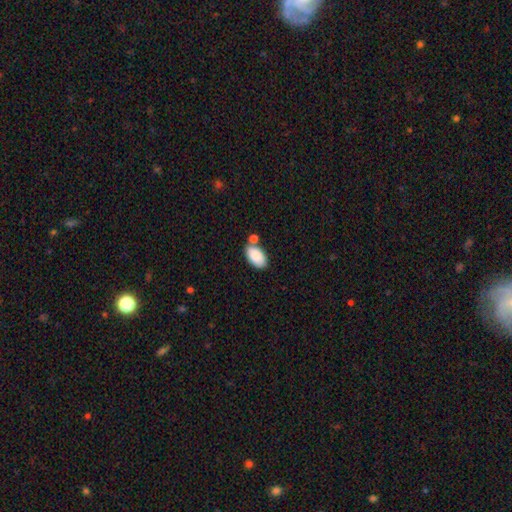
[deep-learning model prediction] Morphology: type=smooth (88%); roundness=in between (95%); merging=none (66%).